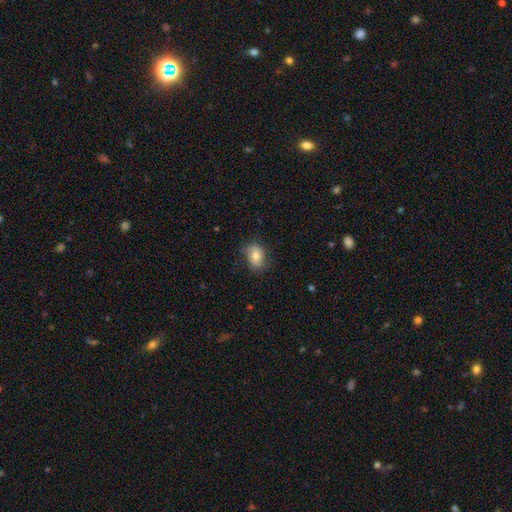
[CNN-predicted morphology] Smooth or featured? Predicted: smooth (p=0.72). How rounded? Predicted: in between (p=0.68). Merging? Predicted: none (p=0.70).